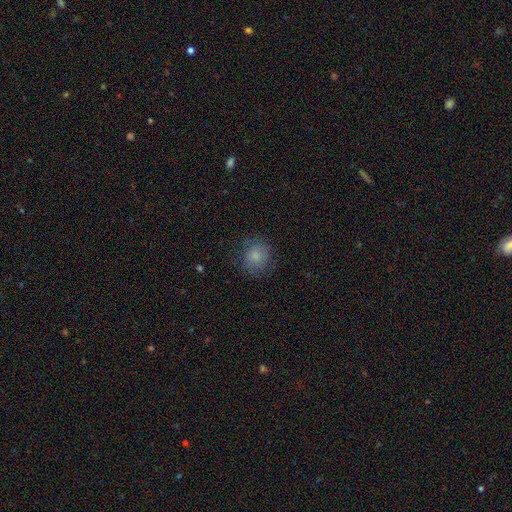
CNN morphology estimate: This is clearly a smooth galaxy (82%). How rounded: clearly round (83%). Merging: likely none (77%).